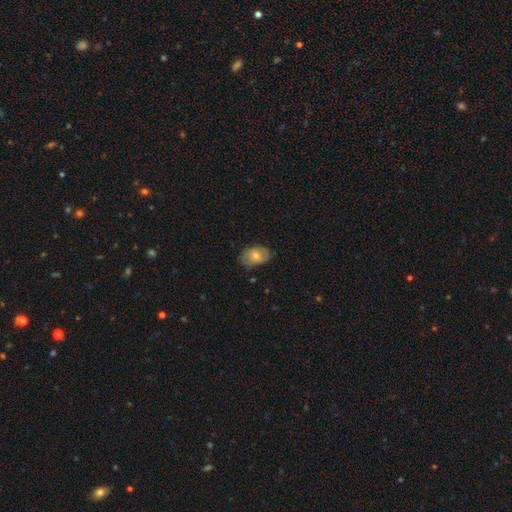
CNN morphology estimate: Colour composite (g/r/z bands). It shows a smooth galaxy with no disk features (67%) that is in between round and cigar-shaped (80%). Merging: none (69%).